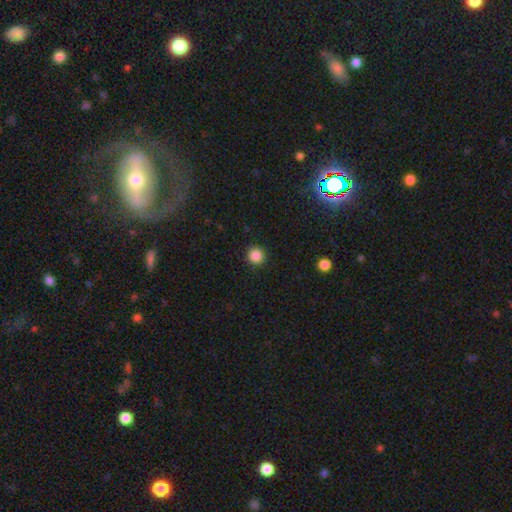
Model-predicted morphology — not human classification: Smooth or featured: smooth — 87% (star or artifact — 10%)
How rounded: round — 95% (in between — 4%)
Merging: none — 92% (minor disturbance — 5%)